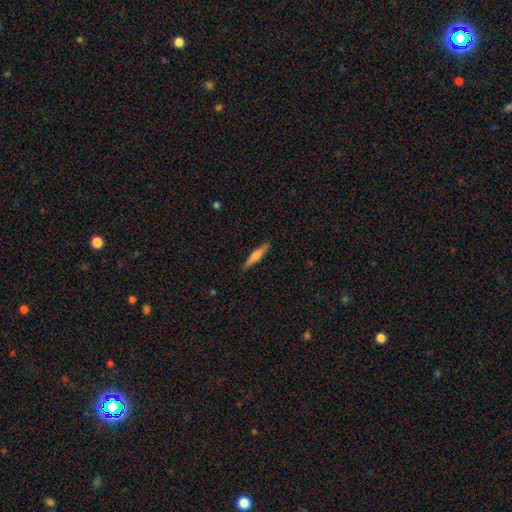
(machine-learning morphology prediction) A smooth galaxy with no disk features (57%) that is cigar-shaped (90%). Merging: none (89%).